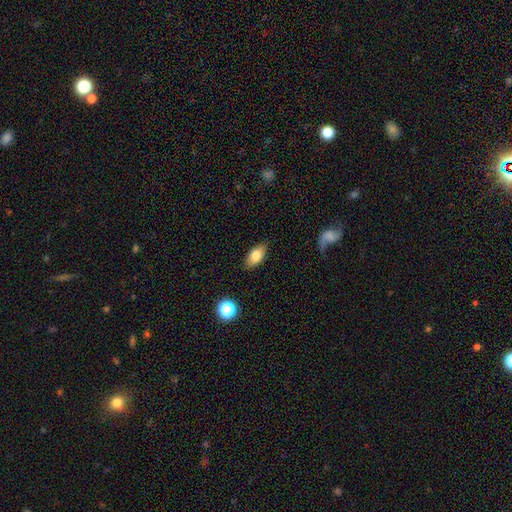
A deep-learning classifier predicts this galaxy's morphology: This appears to be a smooth galaxy with no disk features (79%) that is in between round and cigar-shaped (90%). Merging: none (84%).